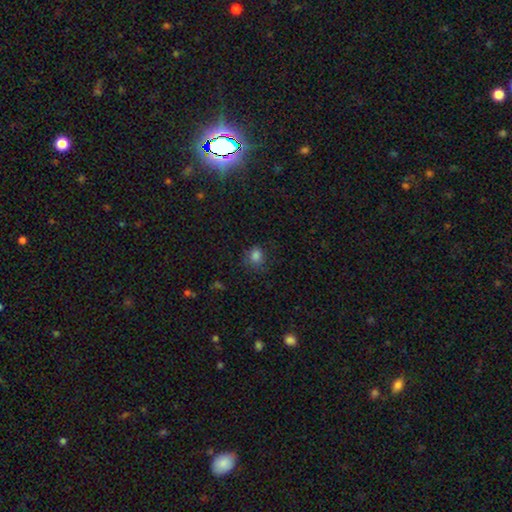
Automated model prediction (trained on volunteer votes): smooth 82%, star or artifact 13%, featured or disk 5%. Down the decision tree: how rounded — round (70%); merging — none (69%).